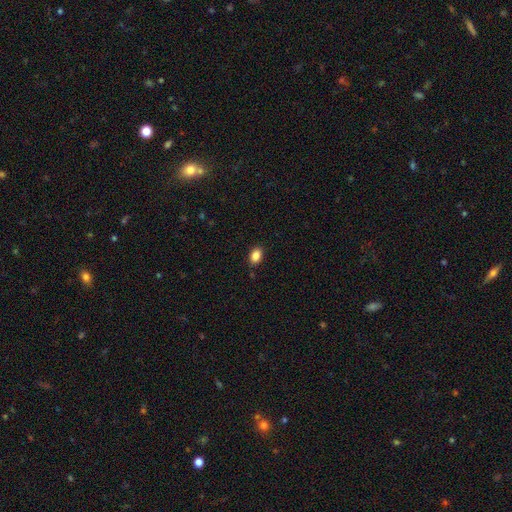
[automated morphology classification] Smooth or featured?
  - smooth: 87% *
  - star or artifact: 9%
  - featured or disk: 4%
How rounded?
  - in between: 85% *
  - round: 14%
  - cigar-shaped: 1%
Merging?
  - none: 87% *
  - minor disturbance: 9%
  - major disturbance: 2%
  - merger: 1%